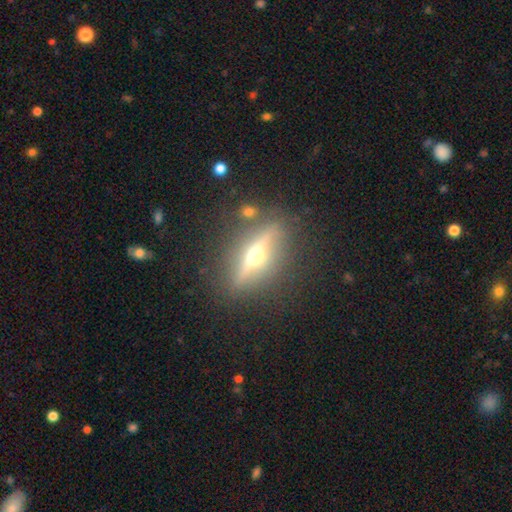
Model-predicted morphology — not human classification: type=featured or disk (74%); edge-on=yes (91%); edge-on bulge=rounded (95%); merging=none (84%).